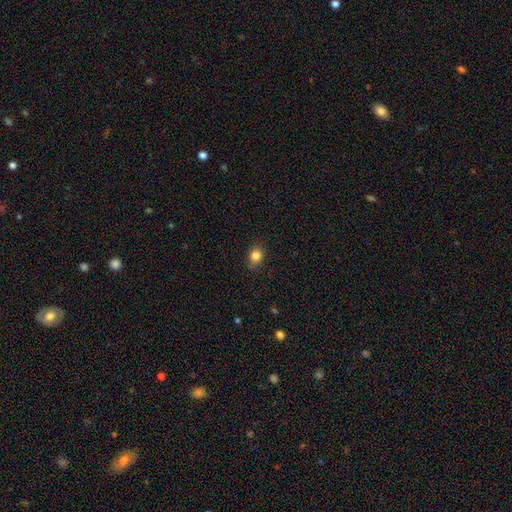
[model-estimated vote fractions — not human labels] Overall: smooth (83%). How rounded: in between (50%; round 49%). Merging: none (83%).